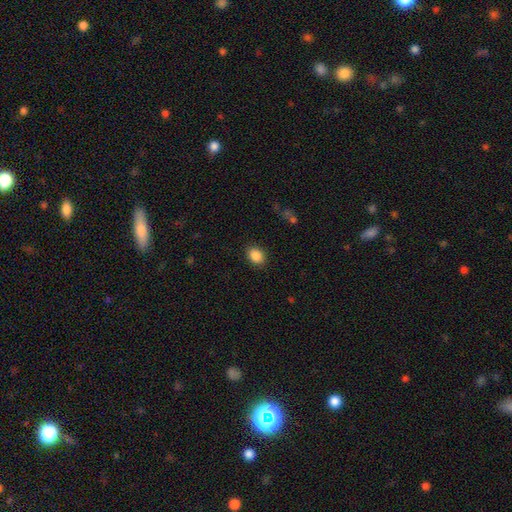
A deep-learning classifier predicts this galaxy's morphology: This appears to be a smooth galaxy with no disk features (88%) that is in between round and cigar-shaped (60%). Merging: none (88%).